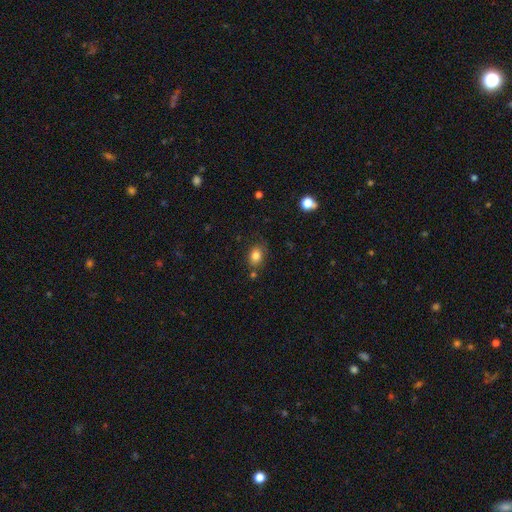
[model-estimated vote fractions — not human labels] Overall: smooth (83%). How rounded: in between (65%; round 34%). Merging: none (74%).